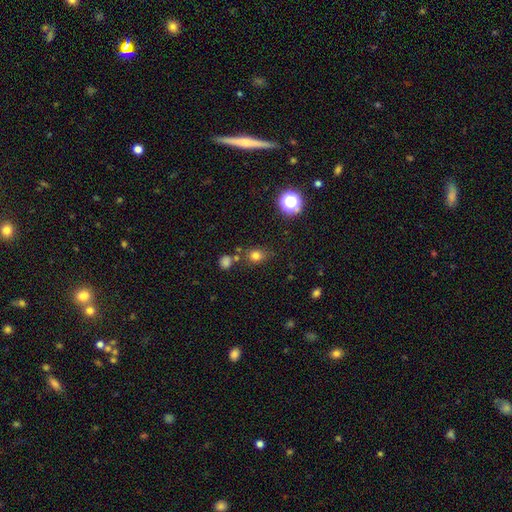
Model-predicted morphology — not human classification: The model was most divided on "how rounded": round: 60%, in between: 39%, cigar-shaped: 1%. More confident: smooth or featured — smooth (75%); merging — none (72%).